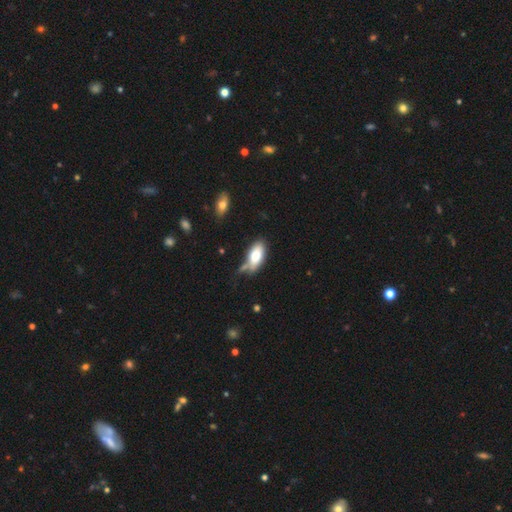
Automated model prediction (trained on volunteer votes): A smooth galaxy with no disk features (74%) that is in between round and cigar-shaped (90%). Merging: none (52%).